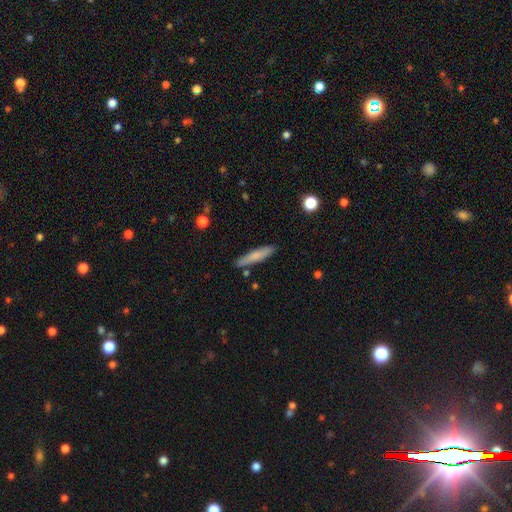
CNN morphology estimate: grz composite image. It shows a smooth galaxy with no disk features (74%) that is cigar-shaped (88%). Merging: none (85%).